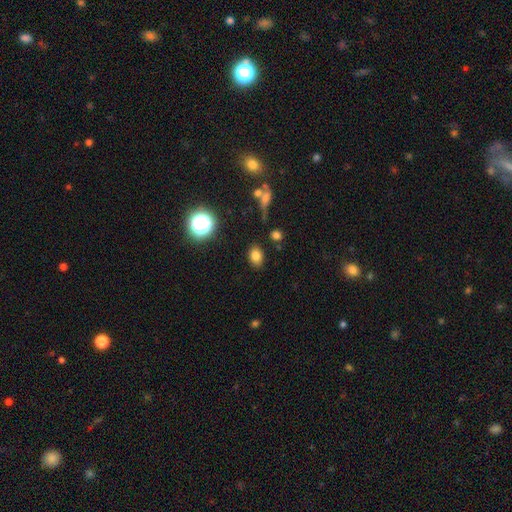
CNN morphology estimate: This appears to be a smooth galaxy with no disk features (79%) that is in between round and cigar-shaped (70%). Merging: none (84%).